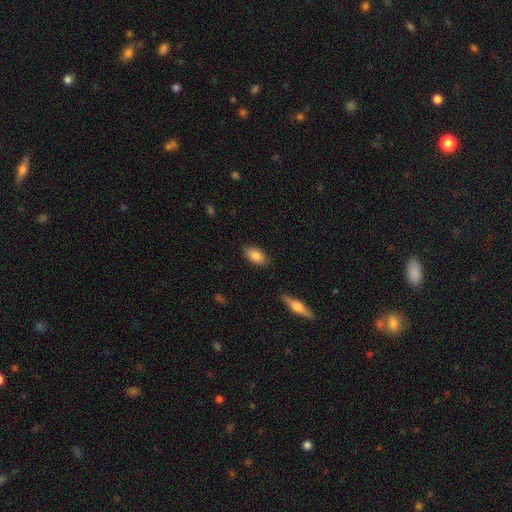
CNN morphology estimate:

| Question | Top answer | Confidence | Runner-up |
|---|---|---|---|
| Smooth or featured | smooth | 84% | featured or disk (9%) |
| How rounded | in between | 91% | round (5%) |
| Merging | none | 85% | minor disturbance (11%) |